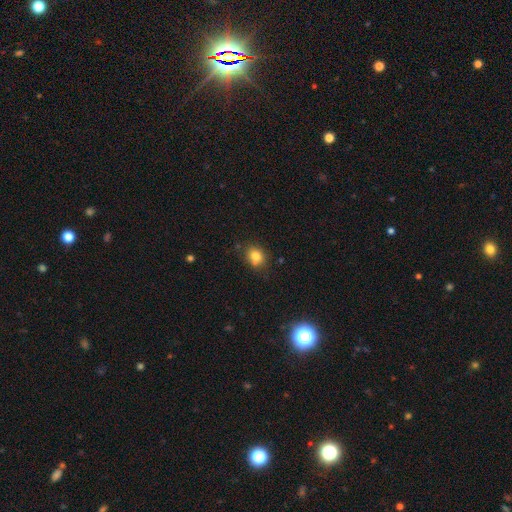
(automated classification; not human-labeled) Smooth or featured? Predicted: smooth (p=0.80). How rounded? Predicted: round (p=0.62). Merging? Predicted: none (p=0.69).